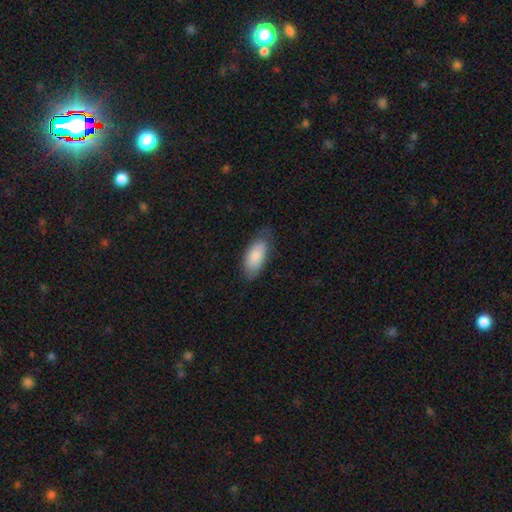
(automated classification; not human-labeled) Smooth or featured: smooth — 81% (featured or disk — 13%)
How rounded: in between — 89% (cigar-shaped — 9%)
Merging: none — 72% (minor disturbance — 22%)